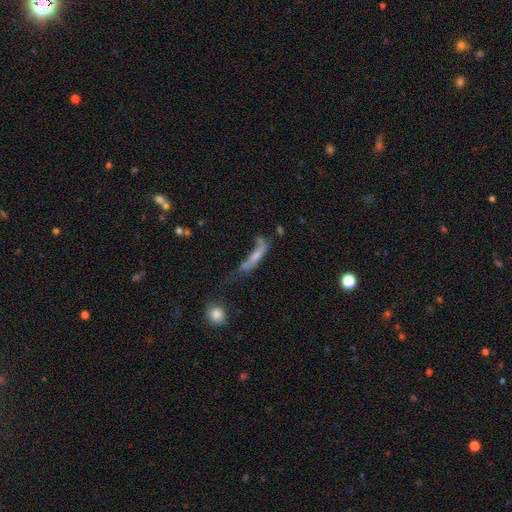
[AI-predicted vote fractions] smooth-or-featured: smooth: 50% | featured or disk: 37% | star or artifact: 13%
  how-rounded: cigar-shaped: 75% | in between: 22% | round: 4%
  merging: major disturbance: 38% | none: 23% | merger: 21% | minor disturbance: 18%